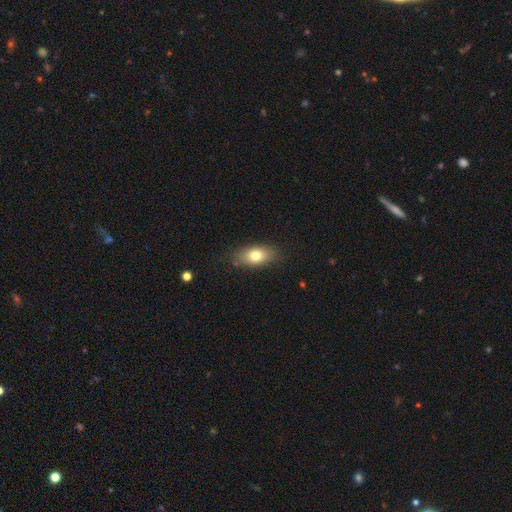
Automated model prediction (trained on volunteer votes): This appears to be a smooth galaxy with no disk features (75%) that is in between round and cigar-shaped (85%). Merging: none (80%).